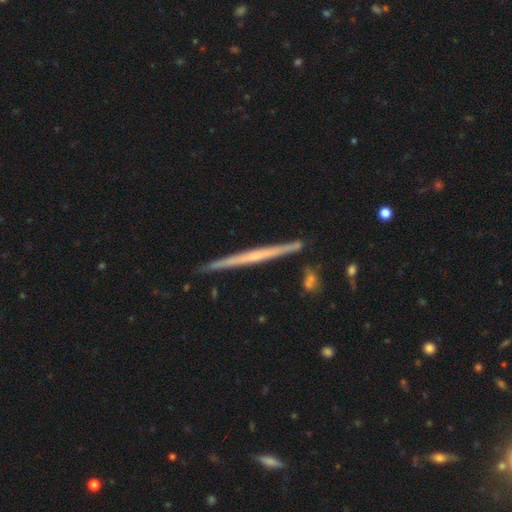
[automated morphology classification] Q: Smooth or featured?
A: featured or disk (68%); runner-up: smooth (27%)
Q: Edge-on disk?
A: yes (98%); runner-up: no (2%)
Q: Edge-on bulge?
A: none (73%); runner-up: rounded (21%)
Q: Merging?
A: none (88%); runner-up: minor disturbance (8%)